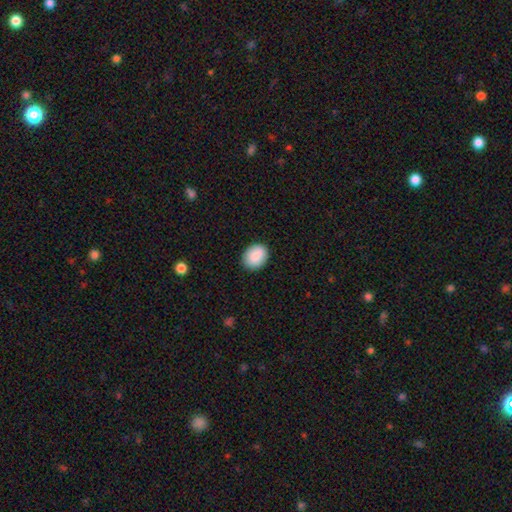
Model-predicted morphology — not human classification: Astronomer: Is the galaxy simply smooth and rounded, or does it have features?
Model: smooth — 88%.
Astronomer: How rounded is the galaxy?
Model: in between — 53% (runner-up: round, 46%).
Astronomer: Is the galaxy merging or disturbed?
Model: none — 88%.